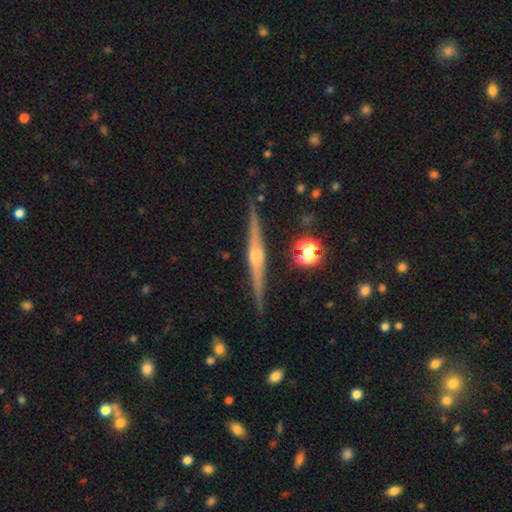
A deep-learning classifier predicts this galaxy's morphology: This appears to be a featured or disk galaxy (86%) viewed edge-on (98%) with a rounded central bulge (89%). Merging: none (91%).